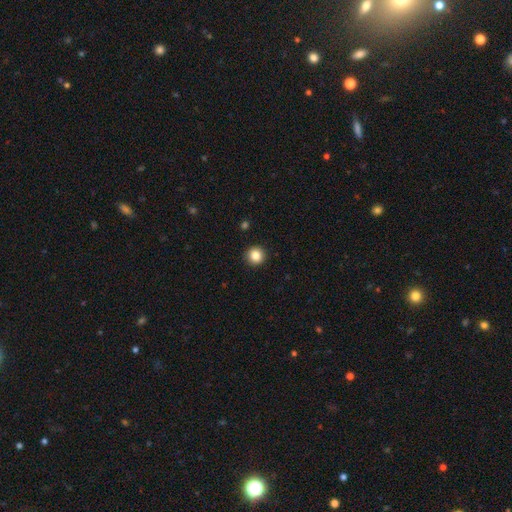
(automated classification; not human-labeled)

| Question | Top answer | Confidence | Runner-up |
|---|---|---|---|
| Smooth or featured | smooth | 85% | star or artifact (10%) |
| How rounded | round | 94% | in between (5%) |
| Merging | none | 93% | minor disturbance (5%) |